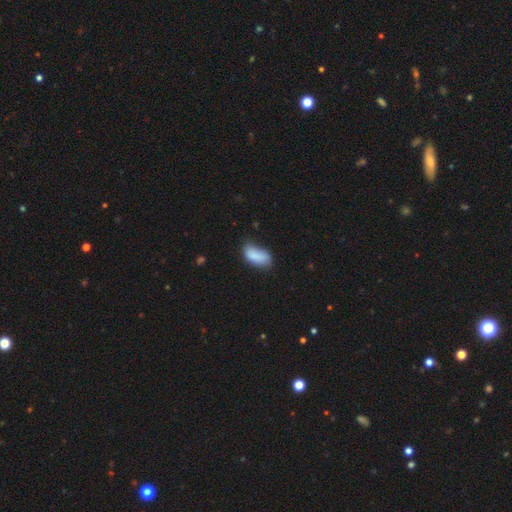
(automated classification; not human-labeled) This appears to be a smooth galaxy with no disk features (83%) that is in between round and cigar-shaped (90%). Merging: none (51%).